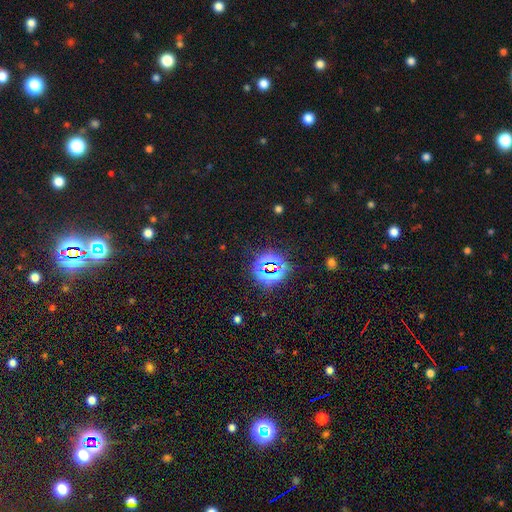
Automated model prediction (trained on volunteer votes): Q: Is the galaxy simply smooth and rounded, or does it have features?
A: star or artifact — 81%.